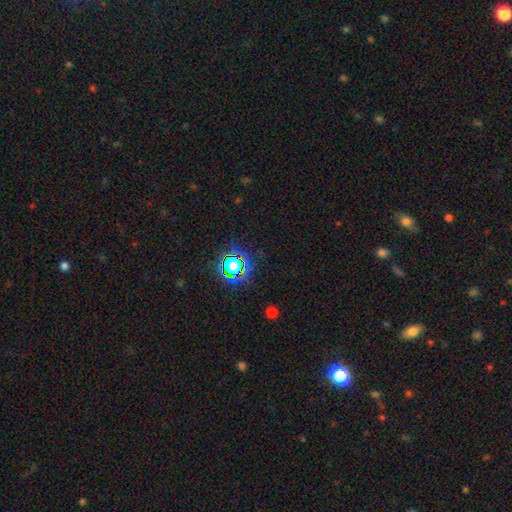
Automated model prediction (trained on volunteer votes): Morphology: type=star or artifact (76%).